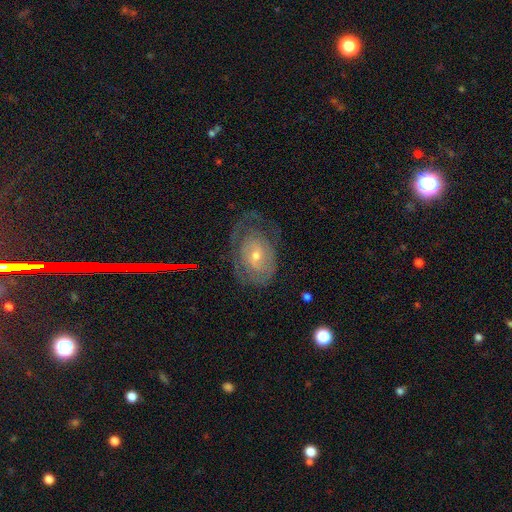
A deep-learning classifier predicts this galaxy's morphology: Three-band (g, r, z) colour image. It shows a featured or disk galaxy (74%) with no bar (58%), tight (64%) spiral arms (78%) and a small central bulge (59%). Merging: none (54%).